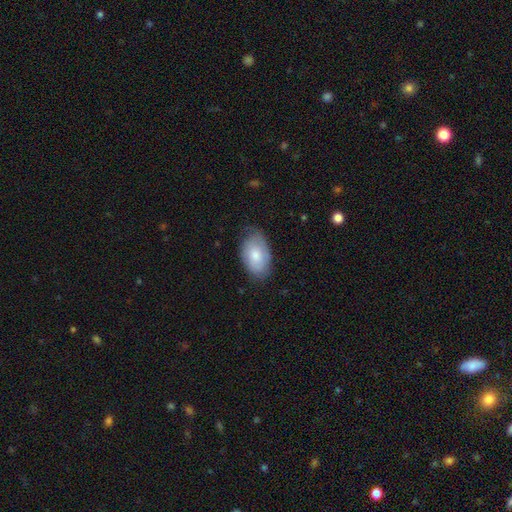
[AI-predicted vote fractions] Morphology: type=smooth (70%); roundness=in between (93%); merging=none (68%).